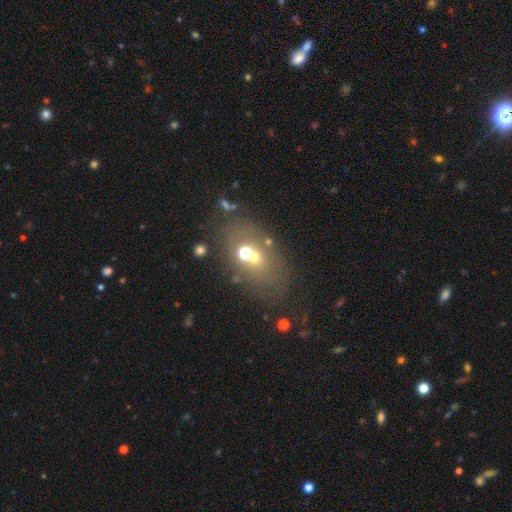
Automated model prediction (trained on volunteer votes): A smooth galaxy with no disk features (40%). Merging: none (75%).